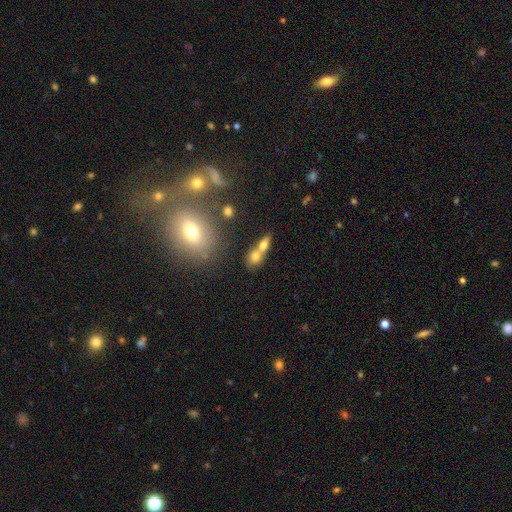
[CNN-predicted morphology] smooth-or-featured: smooth: 67% | featured or disk: 21% | star or artifact: 12%
  how-rounded: in between: 52% | round: 38% | cigar-shaped: 10%
  merging: merger: 62% | none: 26% | minor disturbance: 8% | major disturbance: 4%